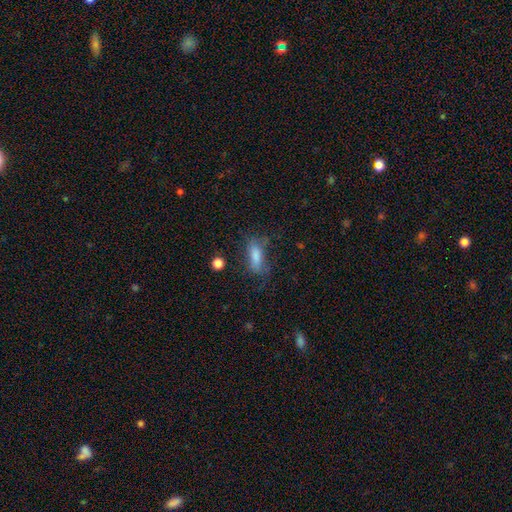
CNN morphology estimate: type=smooth (71%); roundness=in between (69%); merging=none (58%).